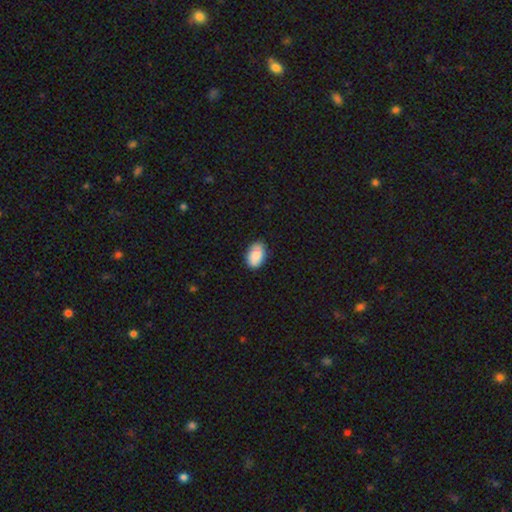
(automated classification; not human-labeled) Morphology: type=smooth (89%); roundness=in between (92%); merging=none (82%).